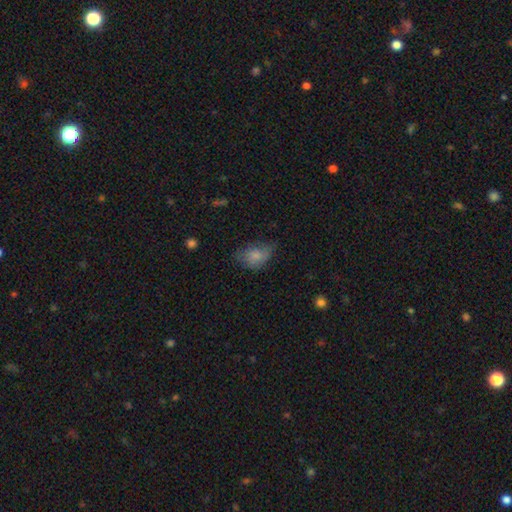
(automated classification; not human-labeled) The model was most divided on "merging": none: 47%, minor disturbance: 35%, major disturbance: 16%, merger: 2%. More confident: how rounded — in between (80%); smooth or featured — smooth (76%).